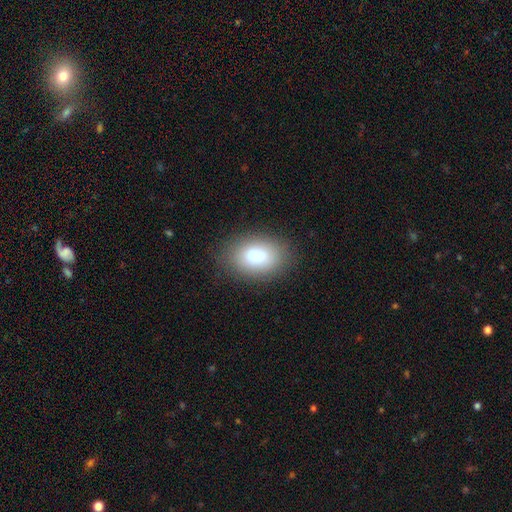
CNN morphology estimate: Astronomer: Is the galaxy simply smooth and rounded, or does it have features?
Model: smooth — 81%.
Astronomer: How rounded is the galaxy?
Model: in between — 76%.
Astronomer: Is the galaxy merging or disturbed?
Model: none — 78%.